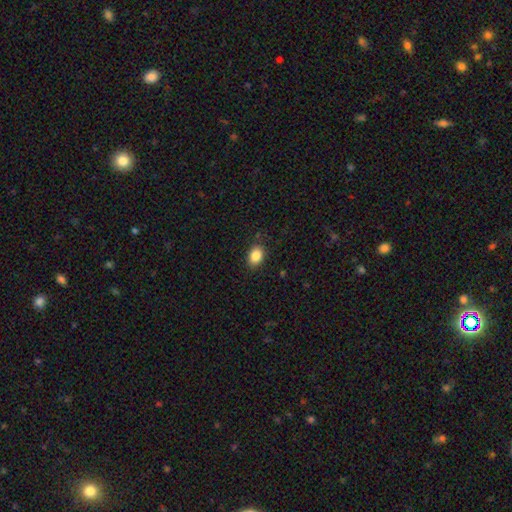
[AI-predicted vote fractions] Smooth or featured? Predicted: smooth (p=0.86). How rounded? Predicted: in between (p=0.77). Merging? Predicted: none (p=0.85).